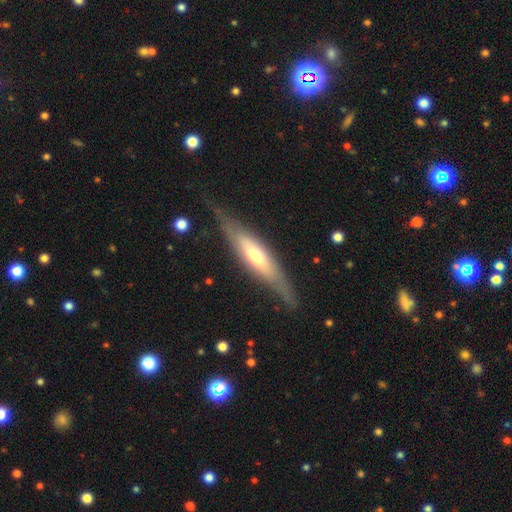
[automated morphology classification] Smooth or featured? featured or disk (62%)
Edge-on disk? yes (83%)
Edge-on bulge? rounded (66%)
Merging? none (74%)